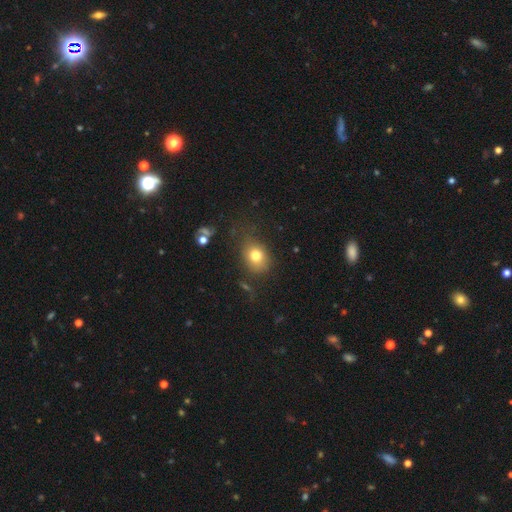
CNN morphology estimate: This is likely a smooth galaxy (77%). How rounded: possibly in between (52%). Merging: likely none (68%).